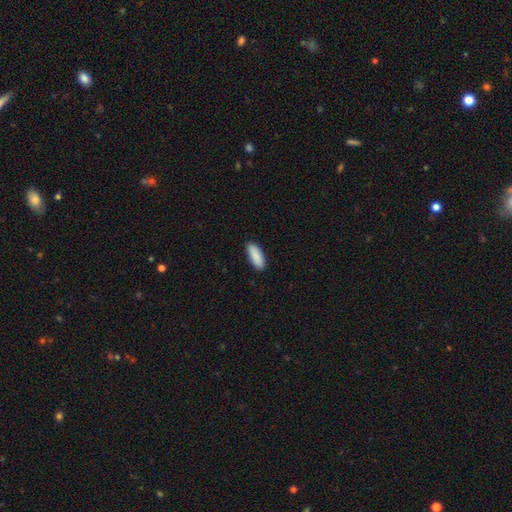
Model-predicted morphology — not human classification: A smooth galaxy with no disk features (89%) that is in between round and cigar-shaped (70%).

Vote fractions:
- Smooth or featured? smooth: 89% / star or artifact: 6% / featured or disk: 5%
- How rounded? in between: 70% / cigar-shaped: 28% / round: 2%
- Merging? none: 90% / minor disturbance: 7% / major disturbance: 2% / merger: 1%